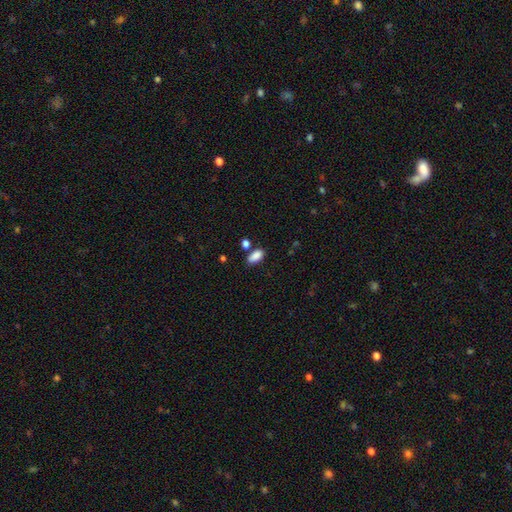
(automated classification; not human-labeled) Smooth or featured?
  - smooth: 87% *
  - star or artifact: 9%
  - featured or disk: 4%
How rounded?
  - in between: 91% *
  - cigar-shaped: 5%
  - round: 4%
Merging?
  - none: 70% *
  - minor disturbance: 14%
  - merger: 12%
  - major disturbance: 4%